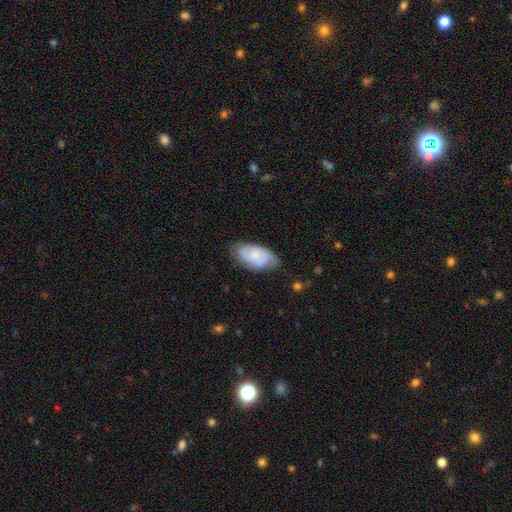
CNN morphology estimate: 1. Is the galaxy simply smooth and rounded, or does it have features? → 51% featured or disk, 42% smooth, 6% star or artifact.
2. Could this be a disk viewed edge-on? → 95% no, 5% yes.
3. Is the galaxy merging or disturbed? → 71% none, 23% minor disturbance, 5% major disturbance, 2% merger.